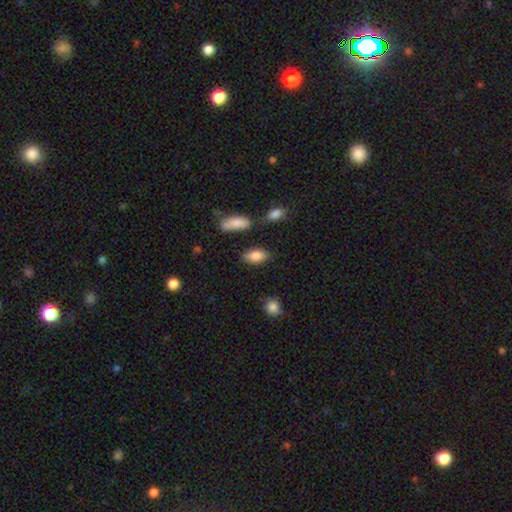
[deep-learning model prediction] The model was most divided on "merging": none: 75%, minor disturbance: 15%, merger: 6%, major disturbance: 4%. More confident: how rounded — in between (87%); smooth or featured — smooth (82%).